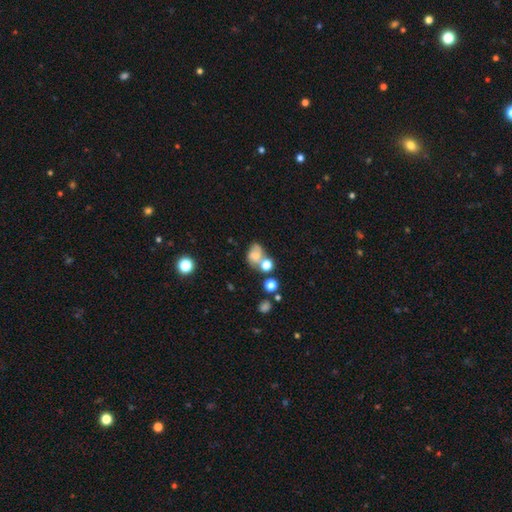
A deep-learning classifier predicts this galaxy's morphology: A smooth galaxy with no disk features (58%) that is in between round and cigar-shaped (62%). Merging: merger (35%).